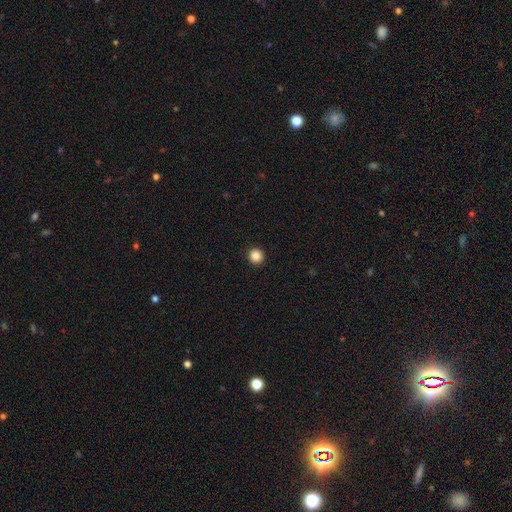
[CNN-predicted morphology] type=smooth (85%); roundness=round (95%); merging=none (94%).